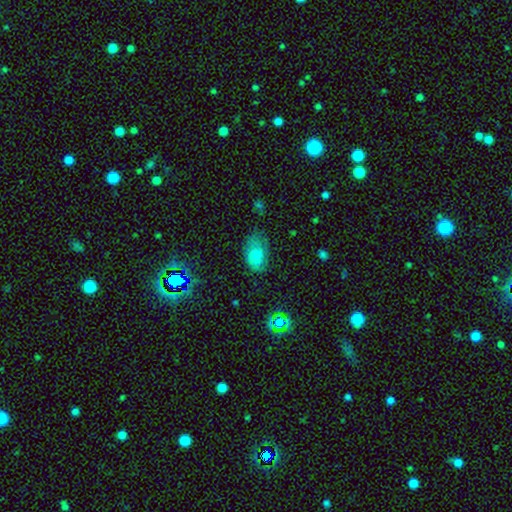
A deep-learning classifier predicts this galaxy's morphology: Smooth or featured? Predicted: smooth (p=0.73). How rounded? Predicted: in between (p=0.90). Merging? Predicted: none (p=0.56).